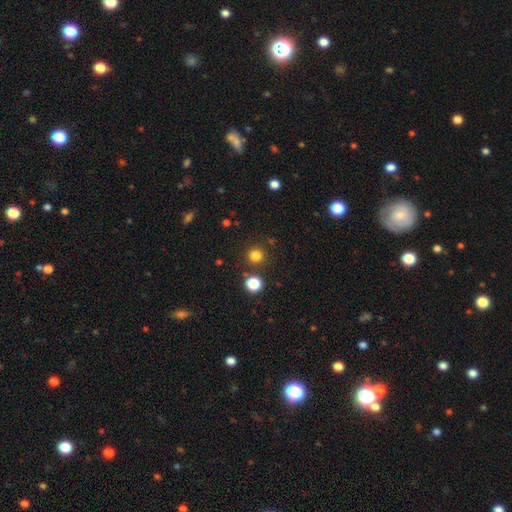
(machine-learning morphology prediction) smooth 80%, star or artifact 15%, featured or disk 4%. Down the decision tree: how rounded — round (93%); merging — none (87%).